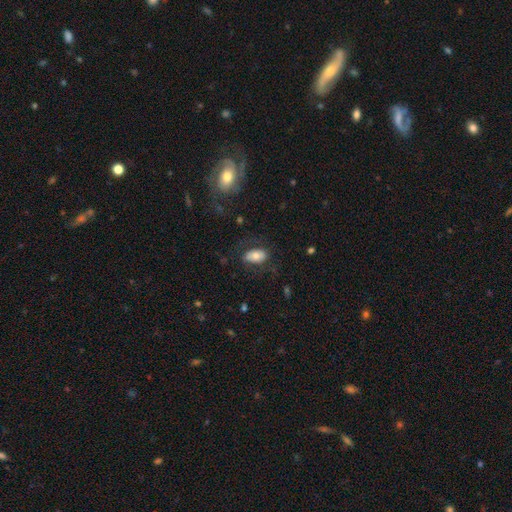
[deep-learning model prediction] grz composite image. It shows a smooth galaxy with no disk features (70%) that is in between round and cigar-shaped (92%). Merging: none (72%).